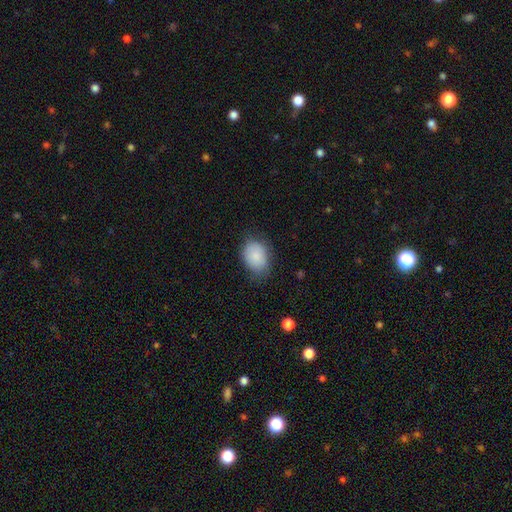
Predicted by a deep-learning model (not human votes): Smooth or featured: smooth — 86% (star or artifact — 7%)
How rounded: in between — 71% (round — 28%)
Merging: none — 70% (minor disturbance — 23%)